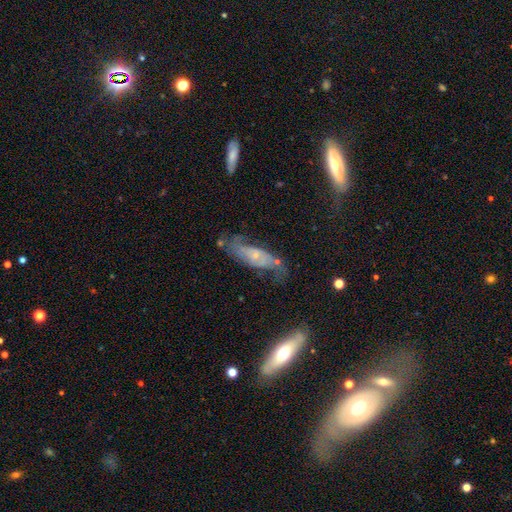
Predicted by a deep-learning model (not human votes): This is likely a featured or disk galaxy (66%). It is likely not viewed edge-on (79%). Bar: likely no (70%). Spiral arm pattern: likely yes (79%). Central bulge: likely small (70%). Merging: possibly none (51%).